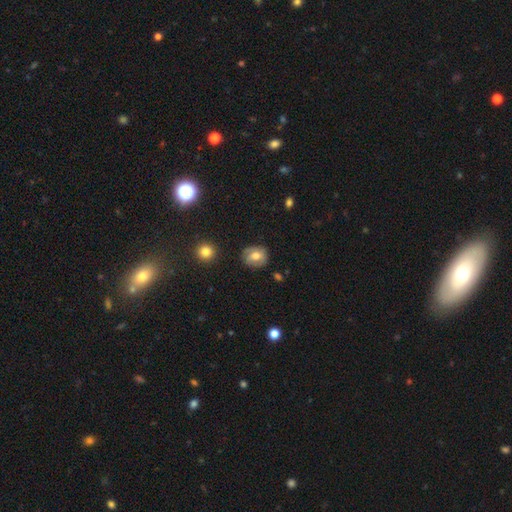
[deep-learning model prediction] Smooth or featured? Predicted: smooth (p=0.59). How rounded? Predicted: round (p=0.69). Merging? Predicted: none (p=0.76).